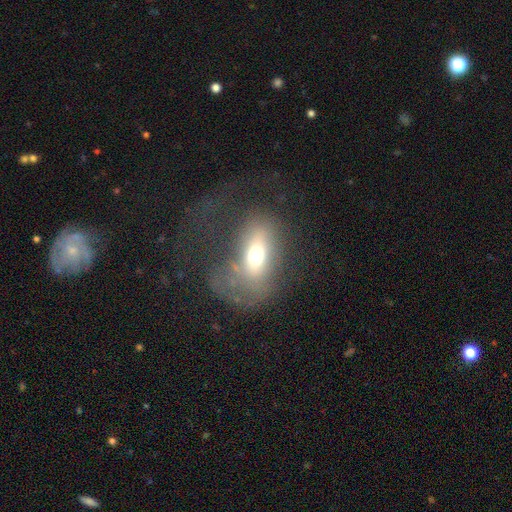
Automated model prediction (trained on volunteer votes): Smooth or featured?
  - smooth: 59% *
  - featured or disk: 28%
  - star or artifact: 13%
How rounded?
  - in between: 78% *
  - round: 16%
  - cigar-shaped: 6%
Merging?
  - major disturbance: 40% *
  - none: 37%
  - minor disturbance: 20%
  - merger: 3%